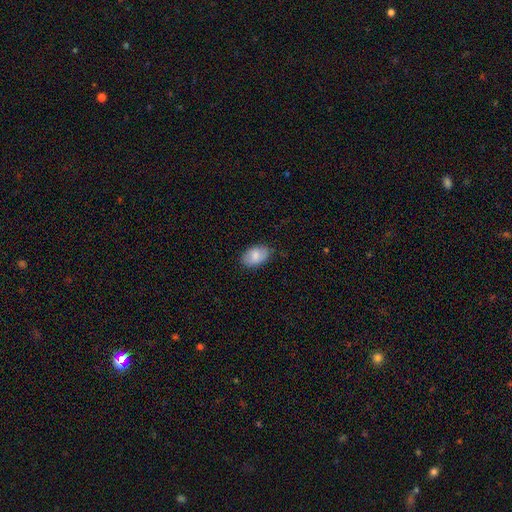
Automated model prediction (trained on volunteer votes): smooth 80%, featured or disk 14%, star or artifact 6%. Down the decision tree: how rounded — in between (92%); merging — none (81%).